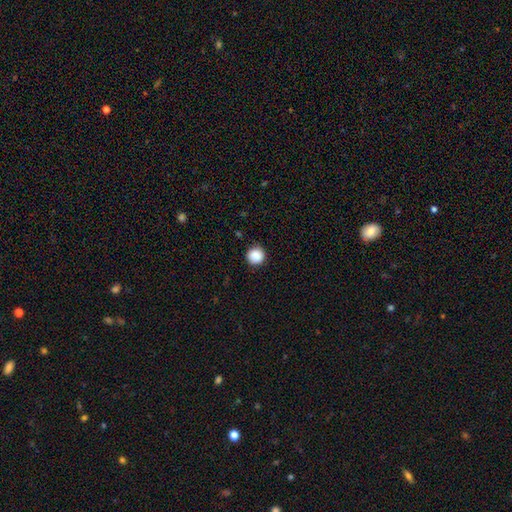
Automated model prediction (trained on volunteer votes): smooth 88%, star or artifact 9%, featured or disk 3%. Down the decision tree: how rounded — round (95%); merging — none (89%).